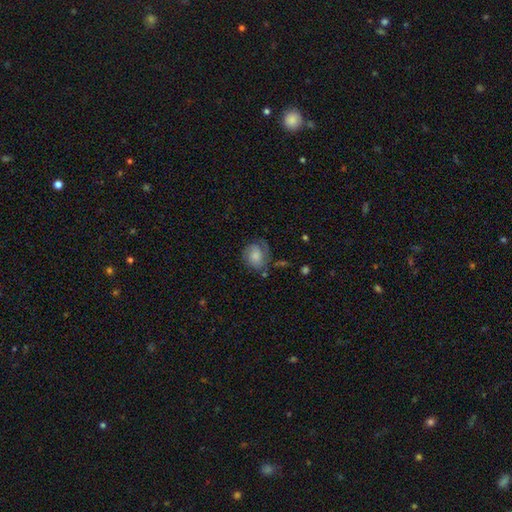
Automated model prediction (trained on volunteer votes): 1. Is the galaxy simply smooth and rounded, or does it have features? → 51% smooth, 41% featured or disk, 8% star or artifact.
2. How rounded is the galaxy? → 63% round, 36% in between, 1% cigar-shaped.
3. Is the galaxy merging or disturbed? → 54% none, 26% minor disturbance, 17% major disturbance, 3% merger.